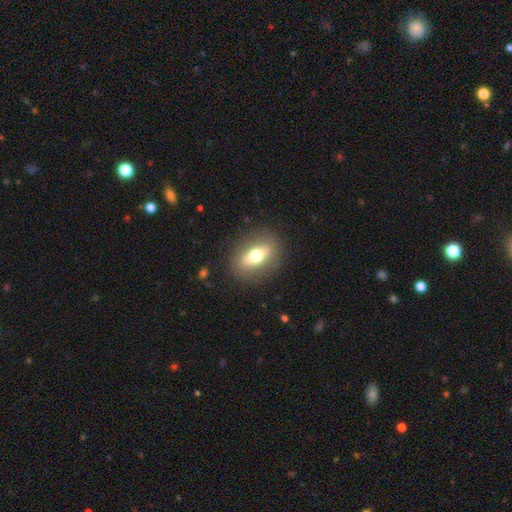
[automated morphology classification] Smooth or featured? smooth (57%)
How rounded? in between (75%)
Merging? none (85%)